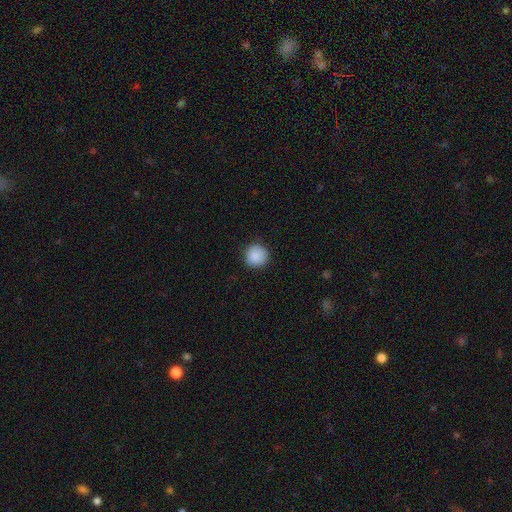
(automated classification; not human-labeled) Smooth or featured?
  - smooth: 89% *
  - star or artifact: 8%
  - featured or disk: 3%
How rounded?
  - round: 95% *
  - in between: 4%
  - cigar-shaped: 1%
Merging?
  - none: 89% *
  - minor disturbance: 8%
  - major disturbance: 2%
  - merger: 1%